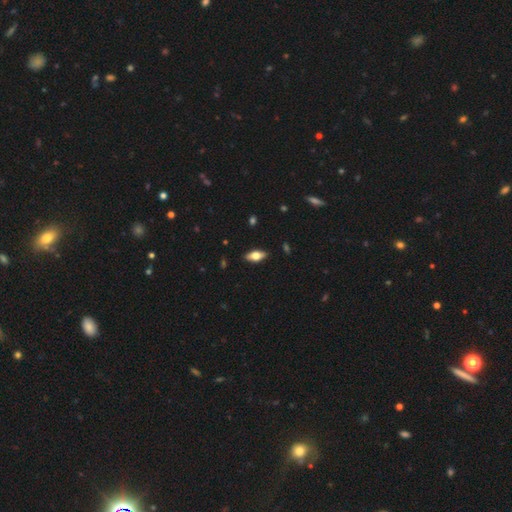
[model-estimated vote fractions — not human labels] Morphology: type=smooth (62%); roundness=in between (83%); merging=none (88%).